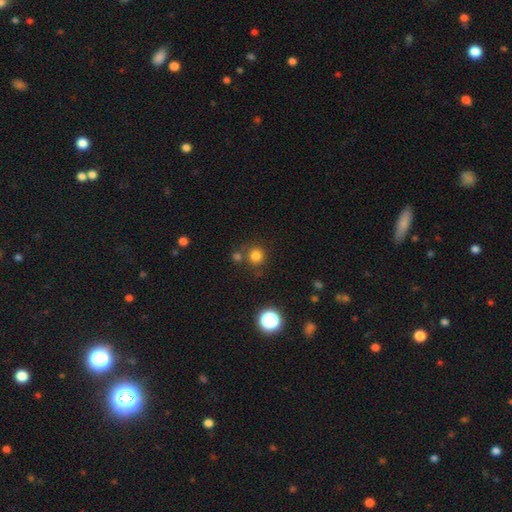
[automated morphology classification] type=smooth (78%); roundness=round (93%); merging=none (74%).